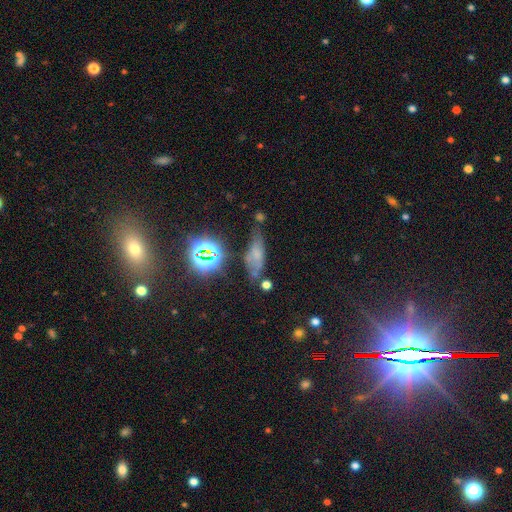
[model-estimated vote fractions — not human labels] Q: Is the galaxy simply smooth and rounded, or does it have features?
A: smooth — 52%.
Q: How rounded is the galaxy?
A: in between — 56%.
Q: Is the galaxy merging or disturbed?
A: none — 55%.